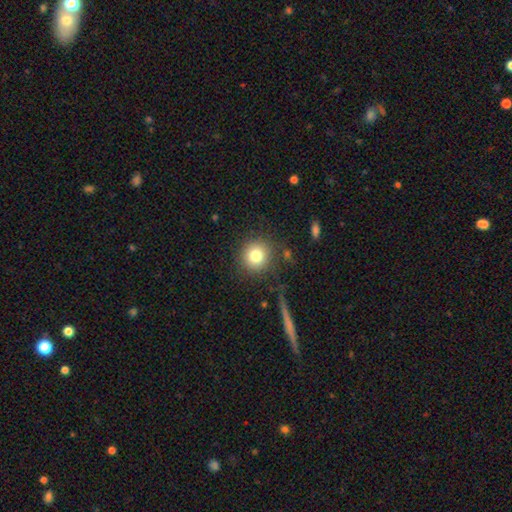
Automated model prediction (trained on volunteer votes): A smooth galaxy with no disk features (80%) that is round (93%).

Vote fractions:
- Smooth or featured? smooth: 80% / star or artifact: 12% / featured or disk: 9%
- How rounded? round: 93% / in between: 6% / cigar-shaped: 1%
- Merging? none: 85% / minor disturbance: 8% / major disturbance: 4% / merger: 2%